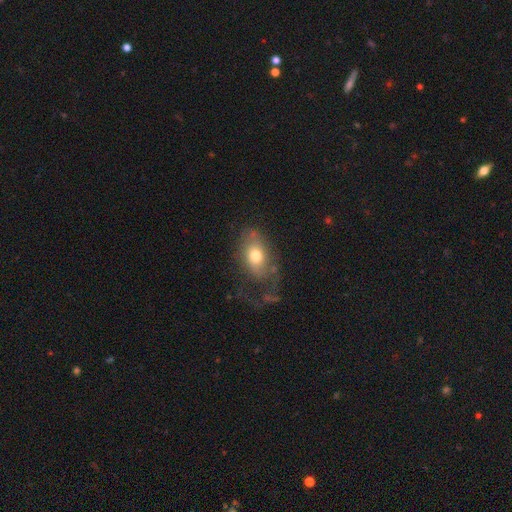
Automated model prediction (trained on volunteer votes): The model was most divided on "merging": none: 44%, major disturbance: 29%, minor disturbance: 24%, merger: 3%. More confident: how rounded — in between (81%); smooth or featured — smooth (64%).